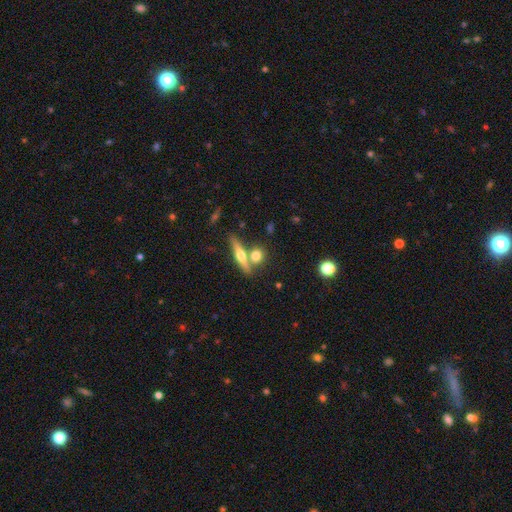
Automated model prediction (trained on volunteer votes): A smooth galaxy with no disk features (61%) that is round (46%).

Vote fractions:
- Smooth or featured? smooth: 61% / featured or disk: 31% / star or artifact: 8%
- How rounded? round: 46% / in between: 28% / cigar-shaped: 26%
- Merging? none: 59% / merger: 29% / minor disturbance: 9% / major disturbance: 3%